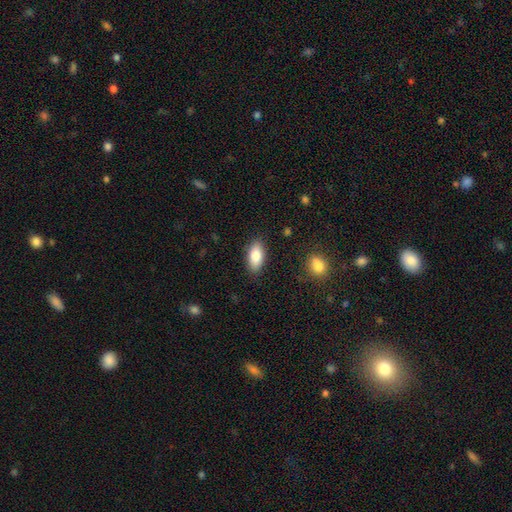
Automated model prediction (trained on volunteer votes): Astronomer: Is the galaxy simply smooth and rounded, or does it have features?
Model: smooth — 83%.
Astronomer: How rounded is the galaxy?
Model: in between — 89%.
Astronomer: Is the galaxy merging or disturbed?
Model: none — 87%.